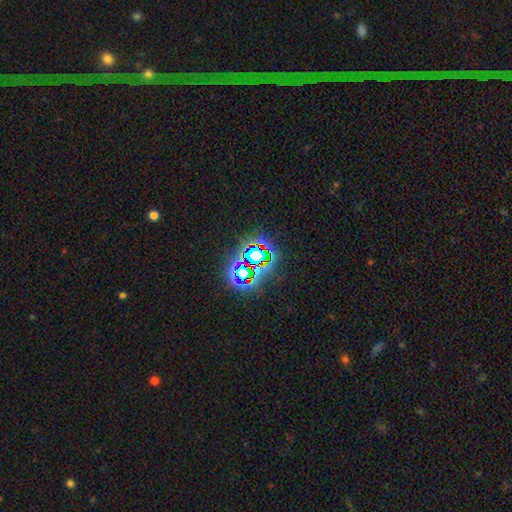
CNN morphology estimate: A star or artifact, not a galaxy (74%).

Vote fractions:
- Smooth or featured? star or artifact: 74% / smooth: 14% / featured or disk: 11%